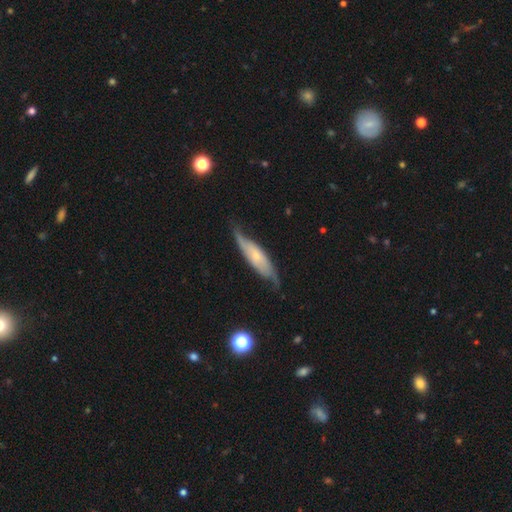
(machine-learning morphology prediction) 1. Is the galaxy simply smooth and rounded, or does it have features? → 65% featured or disk, 29% smooth, 6% star or artifact.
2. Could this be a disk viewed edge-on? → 67% no, 33% yes.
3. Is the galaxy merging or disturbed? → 62% none, 27% minor disturbance, 9% major disturbance, 2% merger.